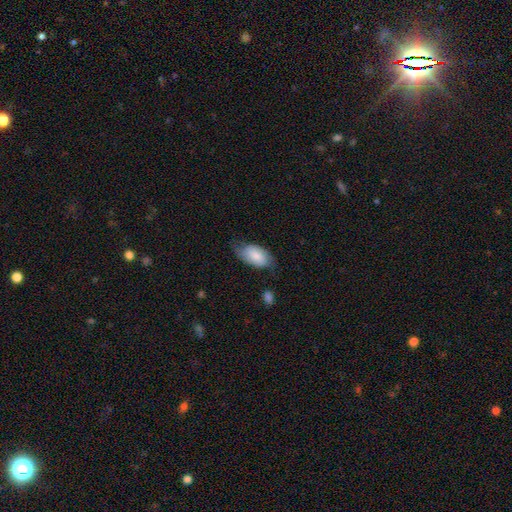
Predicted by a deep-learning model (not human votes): This is likely a smooth galaxy (74%). How rounded: clearly in between (94%). Merging: possibly none (54%).